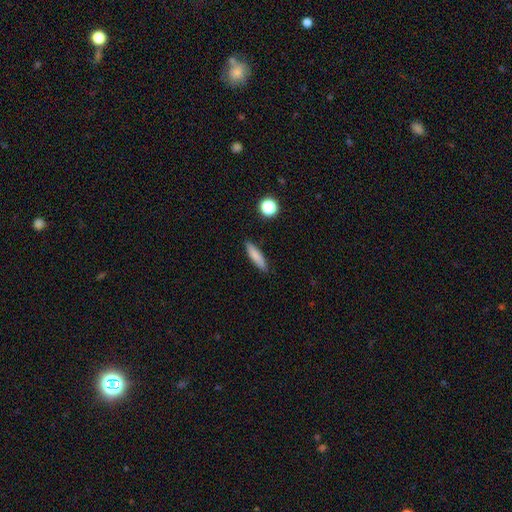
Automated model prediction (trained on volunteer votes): Smooth or featured: smooth — 81% (featured or disk — 11%)
How rounded: cigar-shaped — 74% (in between — 24%)
Merging: none — 87% (minor disturbance — 9%)